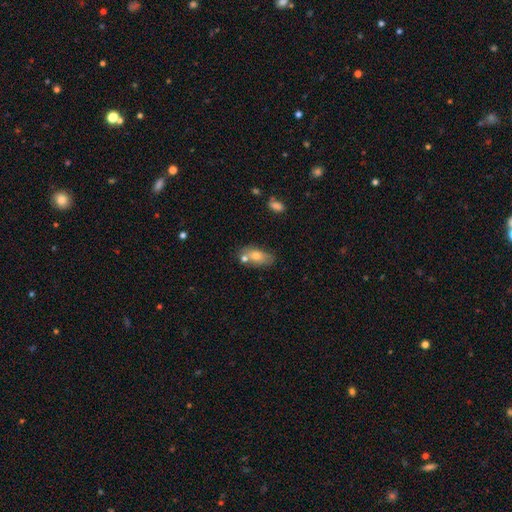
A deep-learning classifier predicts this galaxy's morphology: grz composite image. It shows a smooth galaxy with no disk features (70%) that is in between round and cigar-shaped (86%). Merging: none (55%).